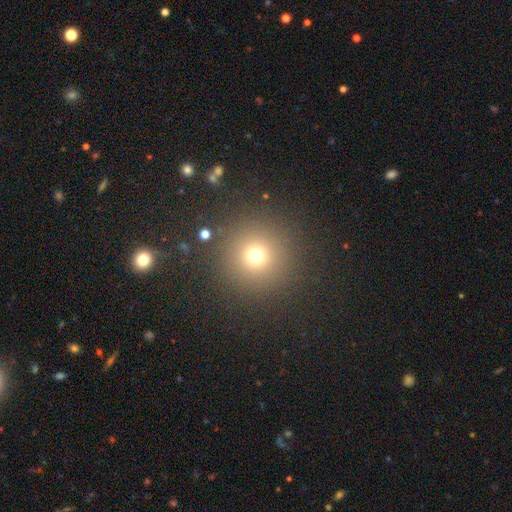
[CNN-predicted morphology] type=smooth (71%); roundness=round (96%); merging=none (88%).